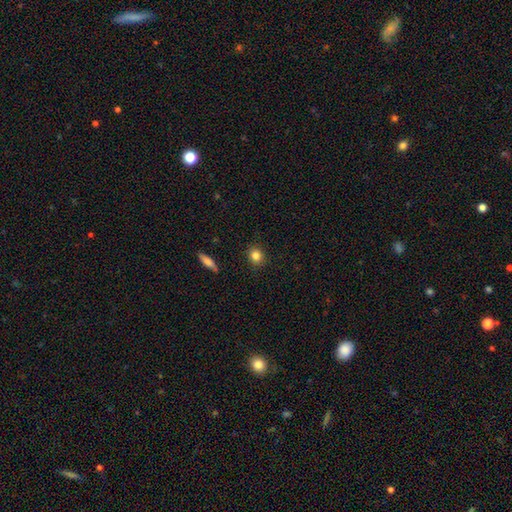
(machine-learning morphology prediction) Smooth or featured? Predicted: smooth (p=0.83). How rounded? Predicted: round (p=0.77). Merging? Predicted: none (p=0.90).